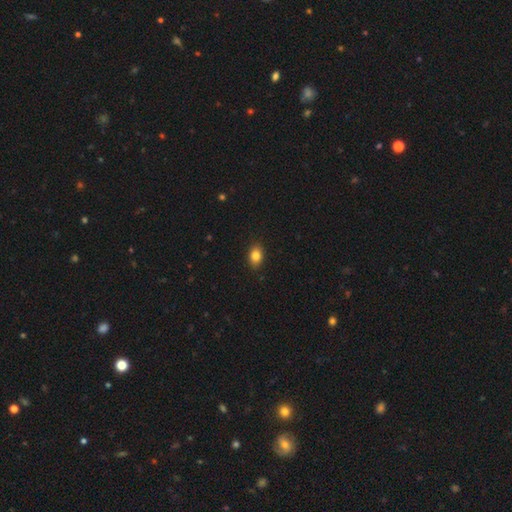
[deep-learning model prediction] This appears to be a smooth galaxy with no disk features (84%) that is in between round and cigar-shaped (77%). Merging: none (89%).